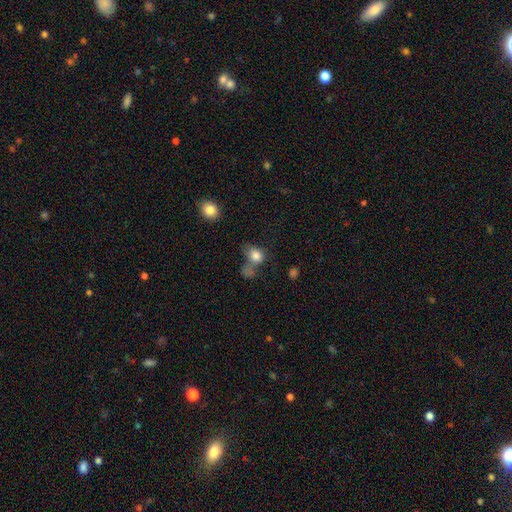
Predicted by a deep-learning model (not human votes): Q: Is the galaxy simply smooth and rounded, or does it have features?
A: smooth — 80%.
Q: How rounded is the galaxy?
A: round — 50%.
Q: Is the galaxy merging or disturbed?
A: none — 37%.